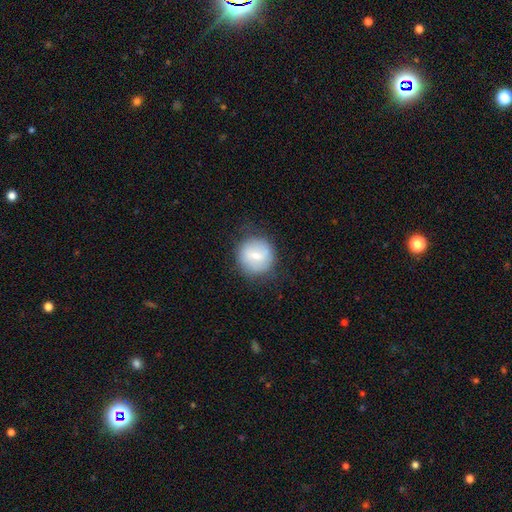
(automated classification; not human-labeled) Overall: smooth (67%). How rounded: round (92%). Merging: none (77%).